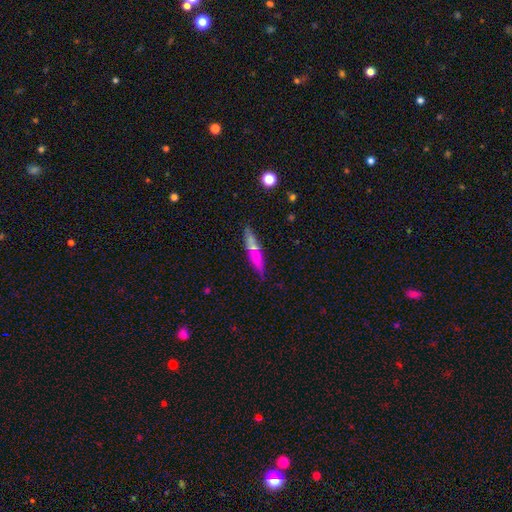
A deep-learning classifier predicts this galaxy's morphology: A smooth galaxy with no disk features (64%) that is cigar-shaped (78%). Merging: none (78%).